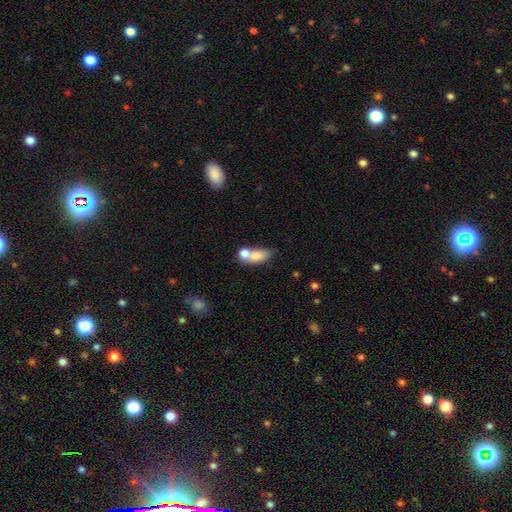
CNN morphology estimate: Q: Smooth or featured?
A: smooth (75%); runner-up: featured or disk (17%)
Q: How rounded?
A: in between (77%); runner-up: round (14%)
Q: Merging?
A: merger (54%); runner-up: none (28%)